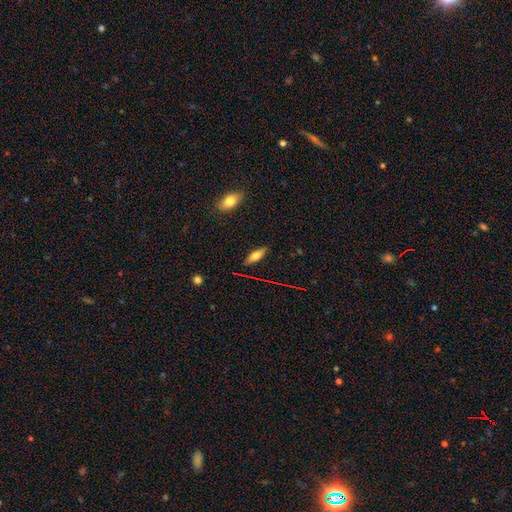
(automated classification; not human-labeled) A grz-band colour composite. It shows a smooth galaxy with no disk features (57%) that is in between round and cigar-shaped (53%). Merging: none (84%).